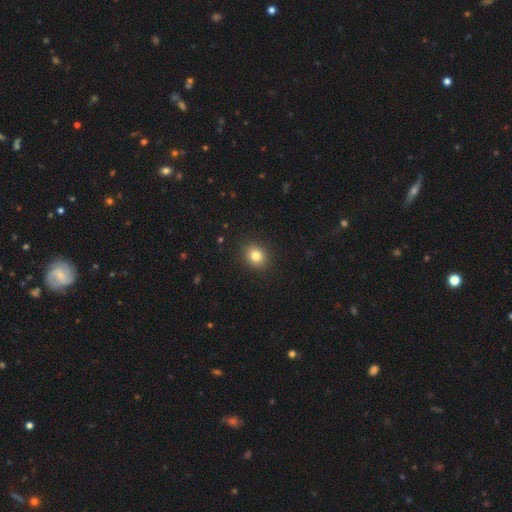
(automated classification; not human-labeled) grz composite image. It shows a smooth galaxy with no disk features (81%) that is round (67%). Merging: none (90%).